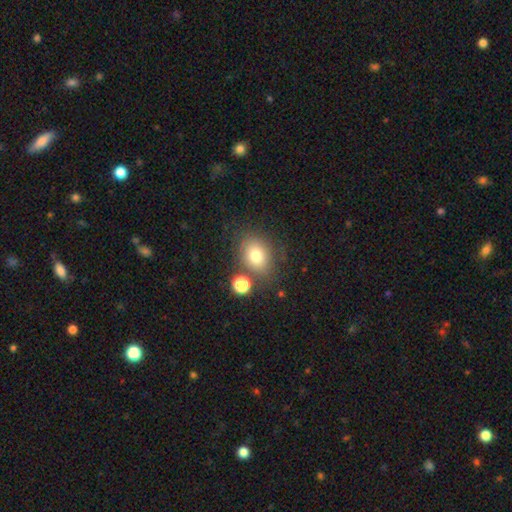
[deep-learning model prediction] This appears to be a smooth galaxy with no disk features (74%) that is in between round and cigar-shaped (52%). Merging: none (70%).